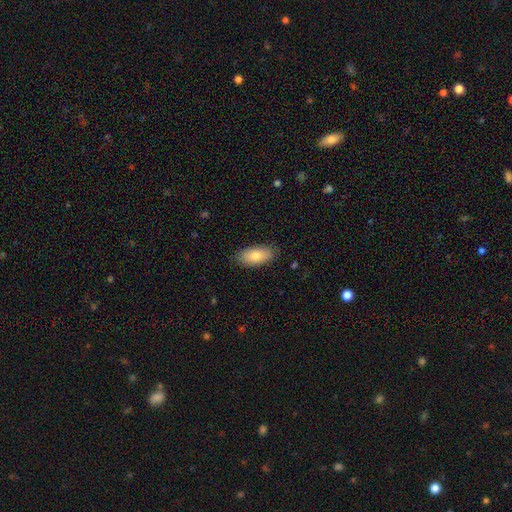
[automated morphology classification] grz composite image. It shows a smooth galaxy with no disk features (81%) that is in between round and cigar-shaped (89%). Merging: none (84%).